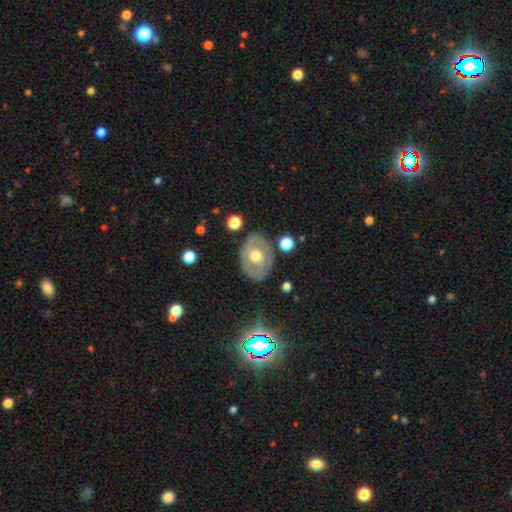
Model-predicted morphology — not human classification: type=featured or disk (53%); edge-on=no (92%); merging=none (79%).